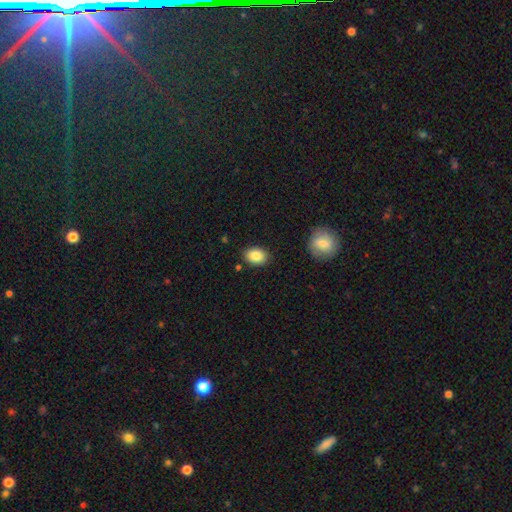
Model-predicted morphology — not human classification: Overall: smooth (87%). How rounded: in between (77%). Merging: none (85%).